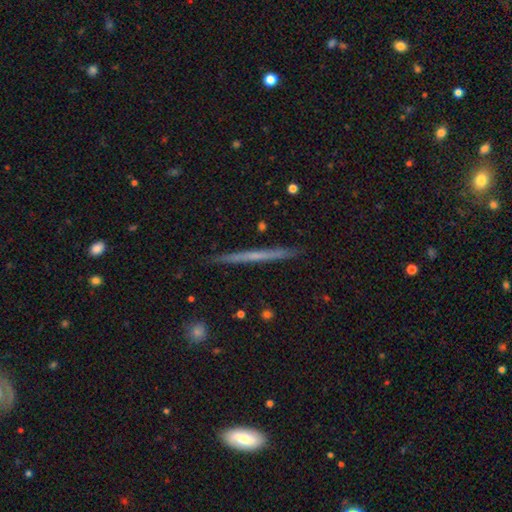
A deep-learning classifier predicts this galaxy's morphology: Overall: featured or disk (57%; smooth 37%). Edge-on disk: yes (98%). Edge-on bulge: none (85%). Merging: none (91%).